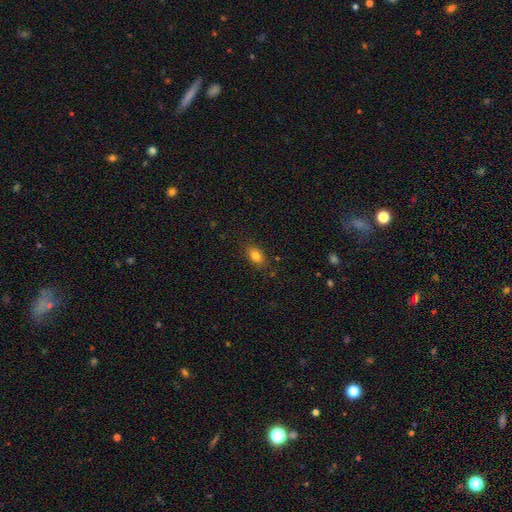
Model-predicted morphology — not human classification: type=smooth (83%); roundness=in between (83%); merging=none (84%).